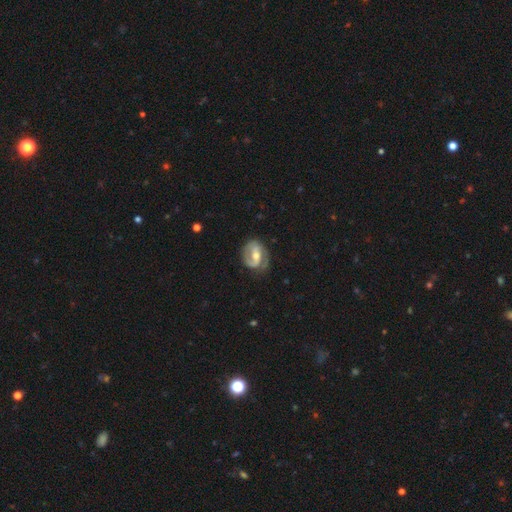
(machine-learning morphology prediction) Smooth or featured? featured or disk (82%)
Edge-on disk? no (97%)
Bar? weak (45%)
Spiral arms? yes (92%)
Spiral winding? medium (45%)
Spiral arm count? 2 (75%)
Bulge size? moderate (64%)
Merging? none (69%)